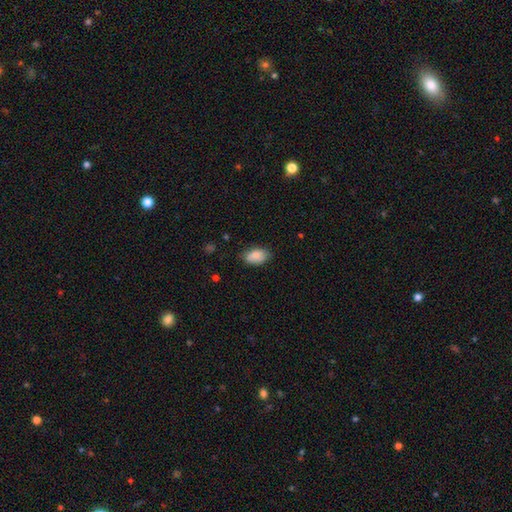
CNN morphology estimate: Smooth or featured: smooth — 87% (star or artifact — 7%)
How rounded: in between — 91% (round — 7%)
Merging: none — 74% (minor disturbance — 21%)